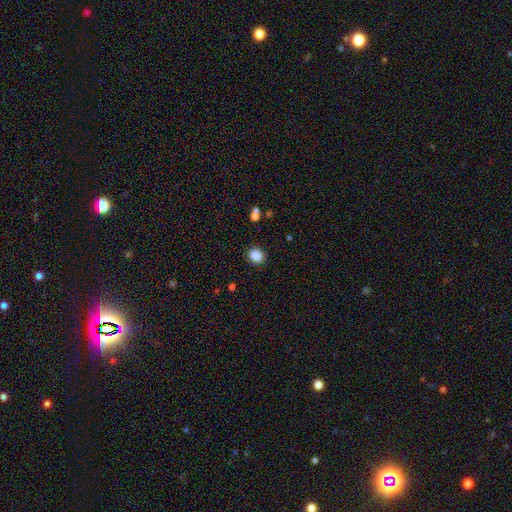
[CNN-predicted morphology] Smooth or featured? smooth (86%)
How rounded? round (63%)
Merging? none (89%)